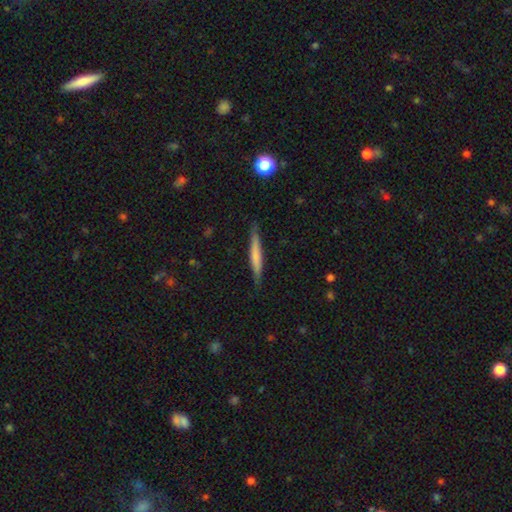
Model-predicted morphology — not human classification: Smooth or featured?
  - smooth: 58% *
  - featured or disk: 36%
  - star or artifact: 6%
How rounded?
  - cigar-shaped: 94% *
  - in between: 4%
  - round: 1%
Merging?
  - none: 86% *
  - minor disturbance: 11%
  - major disturbance: 2%
  - merger: 1%